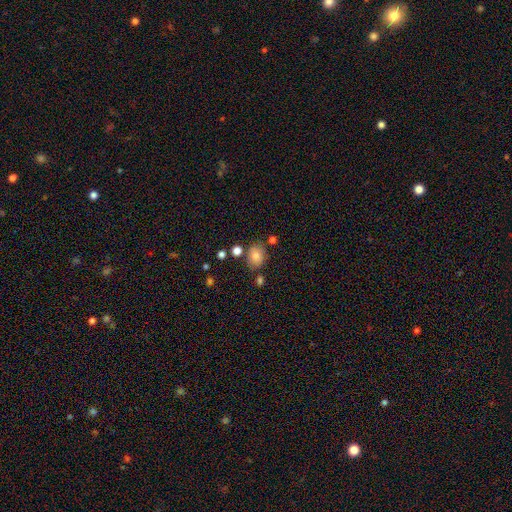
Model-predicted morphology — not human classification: A smooth galaxy with no disk features (77%) that is round (50%).

Vote fractions:
- Smooth or featured? smooth: 77% / star or artifact: 12% / featured or disk: 11%
- How rounded? round: 50% / in between: 49% / cigar-shaped: 1%
- Merging? none: 75% / minor disturbance: 14% / merger: 8% / major disturbance: 4%